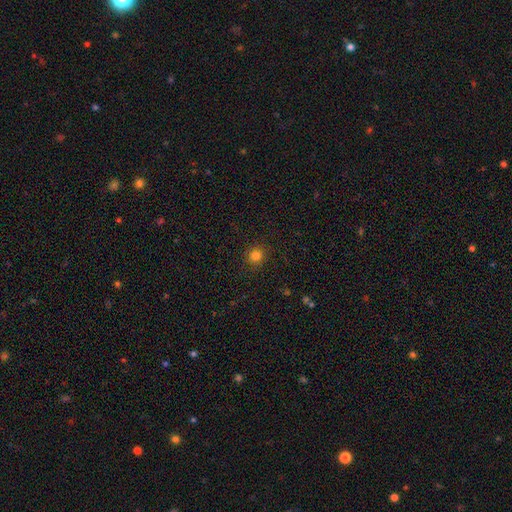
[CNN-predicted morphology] This appears to be a smooth galaxy with no disk features (81%) that is round (91%). Merging: none (90%).